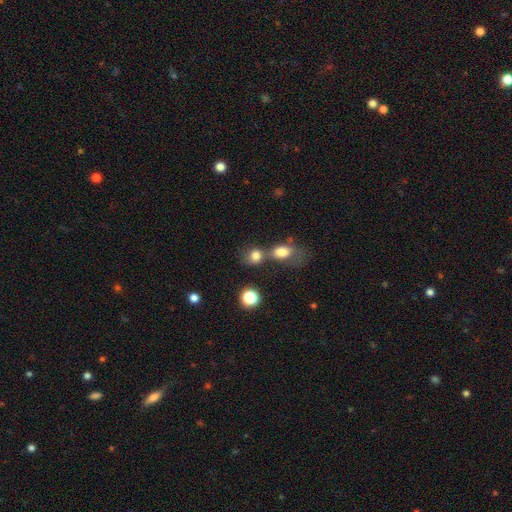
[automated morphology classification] Smooth or featured: smooth — 78% (star or artifact — 12%)
How rounded: round — 61% (in between — 38%)
Merging: merger — 47% (none — 35%)